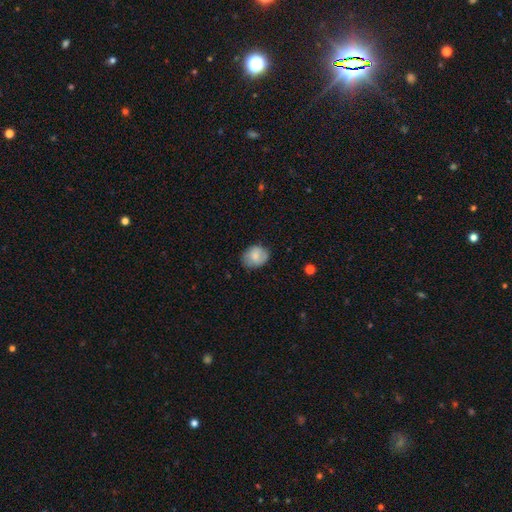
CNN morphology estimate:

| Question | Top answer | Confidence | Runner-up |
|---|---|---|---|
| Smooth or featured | smooth | 76% | featured or disk (16%) |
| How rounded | round | 56% | in between (43%) |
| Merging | none | 71% | minor disturbance (22%) |